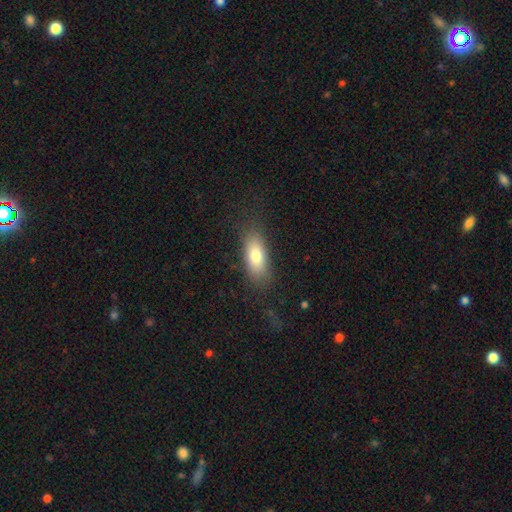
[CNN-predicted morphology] Overall: smooth (78%). How rounded: in between (80%). Merging: none (80%).